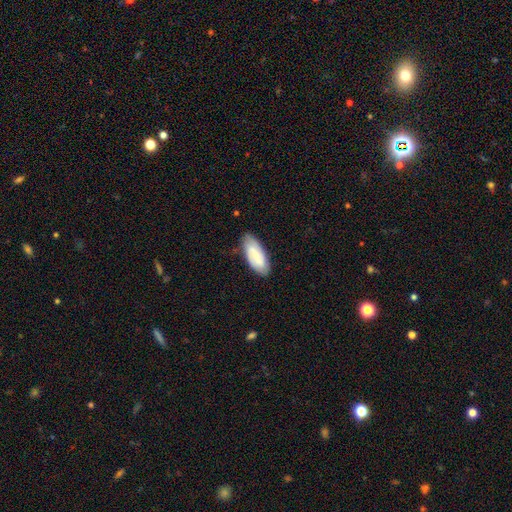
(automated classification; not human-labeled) A smooth galaxy with no disk features (48%).

Vote fractions:
- Smooth or featured? smooth: 48% / featured or disk: 46% / star or artifact: 6%
- Merging? none: 78% / minor disturbance: 17% / major disturbance: 3% / merger: 1%